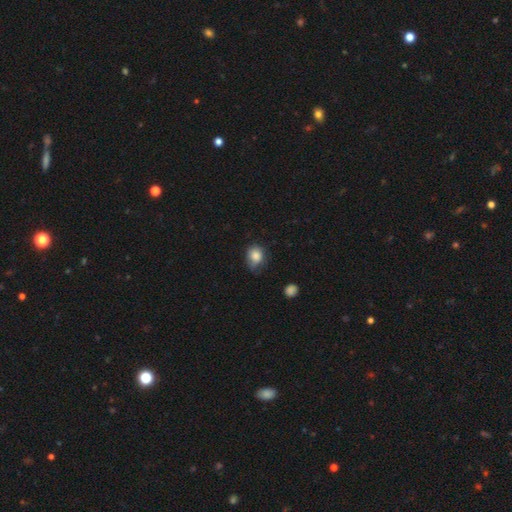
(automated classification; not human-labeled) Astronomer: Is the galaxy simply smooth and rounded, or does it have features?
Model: smooth — 84%.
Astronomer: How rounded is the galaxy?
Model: round — 58% (runner-up: in between, 41%).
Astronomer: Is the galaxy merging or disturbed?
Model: none — 56% (runner-up: minor disturbance, 34%).